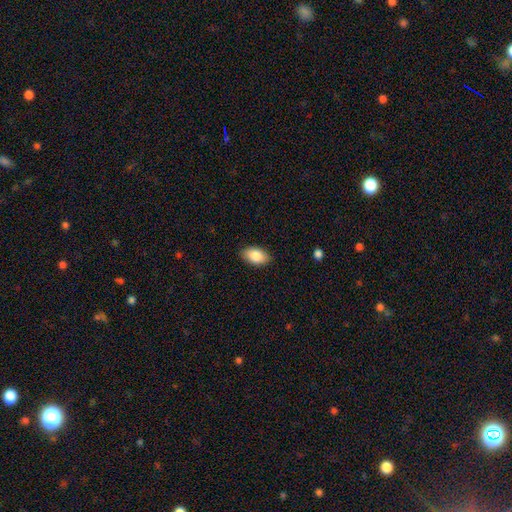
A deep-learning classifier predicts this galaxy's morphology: Q: Smooth or featured?
A: smooth (85%); runner-up: featured or disk (8%)
Q: How rounded?
A: in between (92%); runner-up: round (6%)
Q: Merging?
A: none (87%); runner-up: minor disturbance (10%)